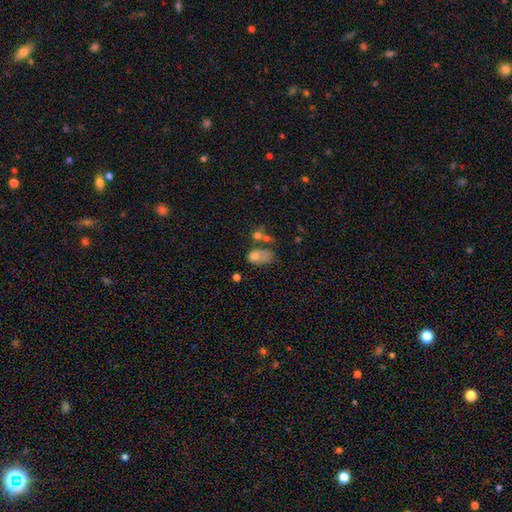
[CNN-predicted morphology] smooth-or-featured: smooth: 61% | featured or disk: 25% | star or artifact: 14%
  how-rounded: in between: 78% | round: 19% | cigar-shaped: 2%
  merging: merger: 32% | major disturbance: 28% | none: 22% | minor disturbance: 18%